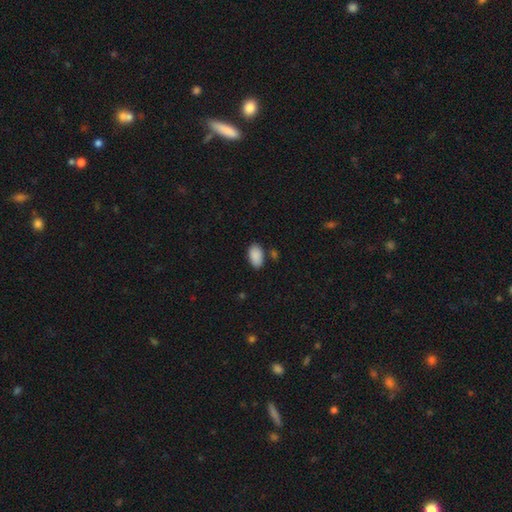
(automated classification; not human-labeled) This appears to be a smooth galaxy with no disk features (90%) that is in between round and cigar-shaped (94%). Merging: none (77%).